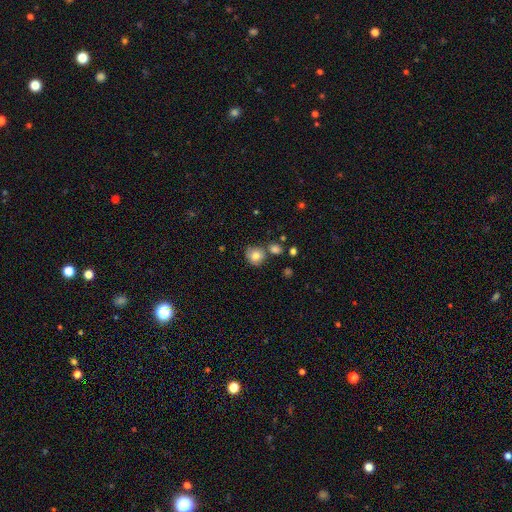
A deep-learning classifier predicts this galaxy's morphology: Smooth or featured? smooth (79%)
How rounded? round (85%)
Merging? none (67%)